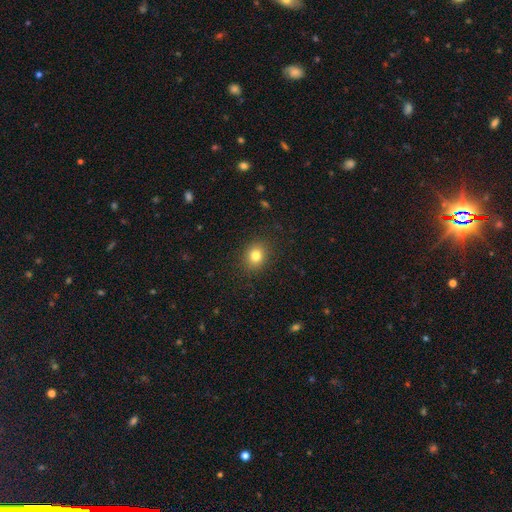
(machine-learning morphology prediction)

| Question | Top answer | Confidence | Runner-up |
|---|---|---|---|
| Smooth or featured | smooth | 80% | star or artifact (12%) |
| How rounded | round | 68% | in between (31%) |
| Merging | none | 88% | minor disturbance (8%) |